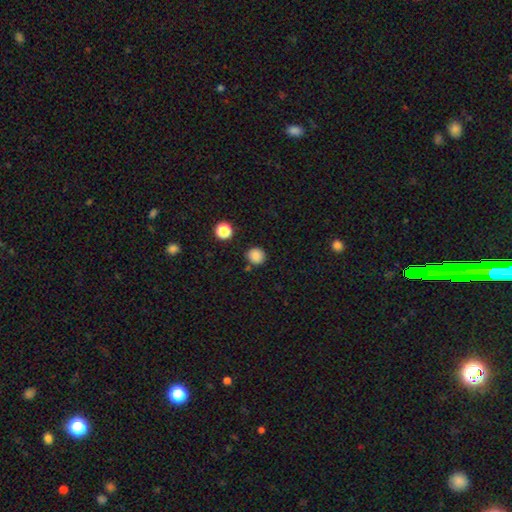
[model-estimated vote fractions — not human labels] Overall: smooth (85%). How rounded: round (88%). Merging: none (83%).